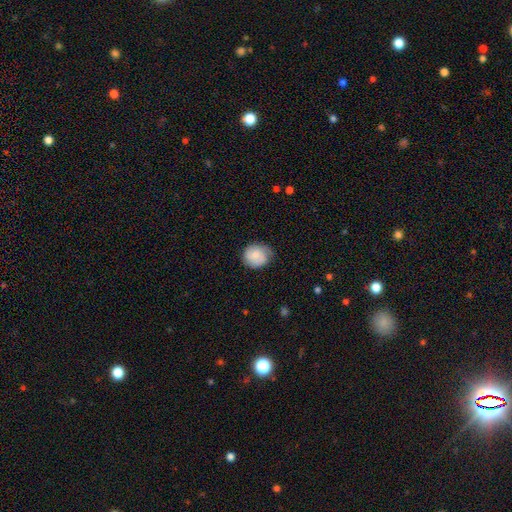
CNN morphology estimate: Q: Smooth or featured?
A: smooth (75%); runner-up: featured or disk (18%)
Q: How rounded?
A: round (79%); runner-up: in between (20%)
Q: Merging?
A: none (64%); runner-up: minor disturbance (28%)